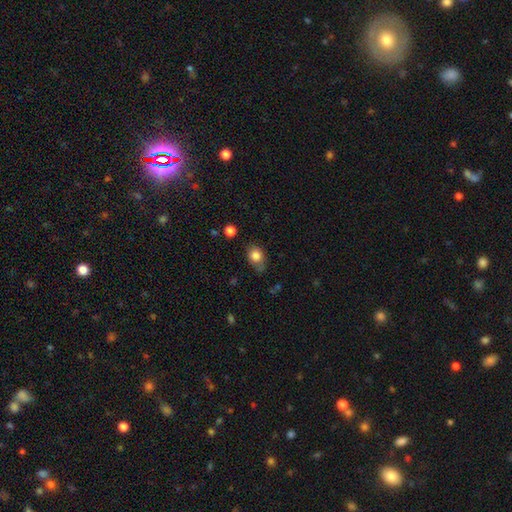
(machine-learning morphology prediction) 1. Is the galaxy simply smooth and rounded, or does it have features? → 82% smooth, 10% star or artifact, 8% featured or disk.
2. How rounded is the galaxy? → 51% in between, 48% round, 1% cigar-shaped.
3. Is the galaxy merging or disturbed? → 59% none, 29% minor disturbance, 8% major disturbance, 3% merger.